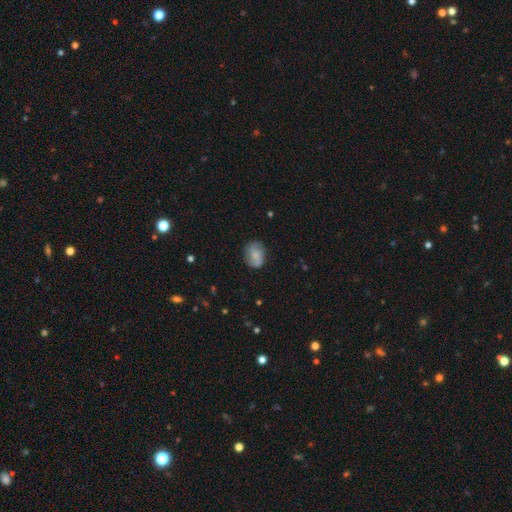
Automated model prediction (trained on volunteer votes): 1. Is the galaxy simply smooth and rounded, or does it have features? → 52% smooth, 40% featured or disk, 8% star or artifact.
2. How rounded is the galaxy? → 55% round, 44% in between, 2% cigar-shaped.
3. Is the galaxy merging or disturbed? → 71% none, 21% minor disturbance, 6% major disturbance, 2% merger.